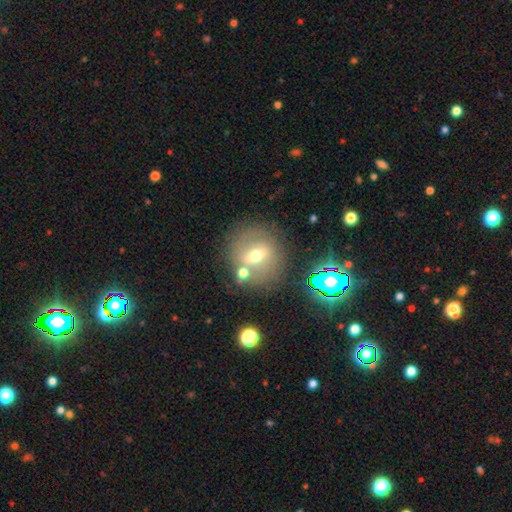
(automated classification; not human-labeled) Q: Smooth or featured?
A: featured or disk (45%); runner-up: smooth (39%)
Q: Merging?
A: none (71%); runner-up: minor disturbance (13%)